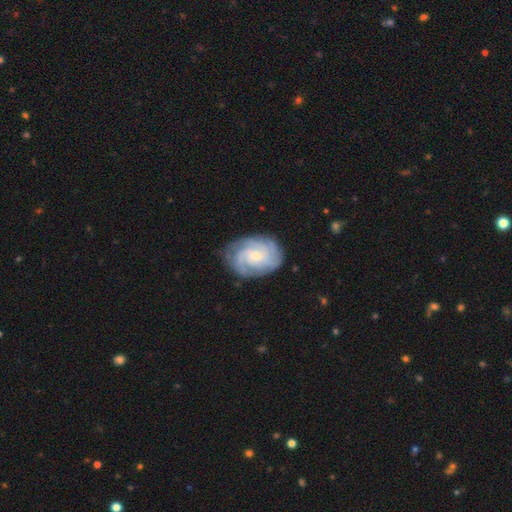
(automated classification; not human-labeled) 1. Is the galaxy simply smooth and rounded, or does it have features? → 82% featured or disk, 12% smooth, 6% star or artifact.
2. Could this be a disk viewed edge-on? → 97% no, 3% yes.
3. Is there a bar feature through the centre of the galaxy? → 63% no, 32% weak, 5% strong.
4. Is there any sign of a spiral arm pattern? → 96% yes, 4% no.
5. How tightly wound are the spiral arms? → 64% tight, 30% medium, 6% loose.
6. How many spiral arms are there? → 28% can't tell, 25% 3, 22% 4, 14% 2, 6% more than 4, 6% 1.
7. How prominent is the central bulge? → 65% small, 31% moderate, 2% none, 1% large, 1% dominant.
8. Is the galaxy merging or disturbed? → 77% none, 17% minor disturbance, 5% major disturbance, 1% merger.